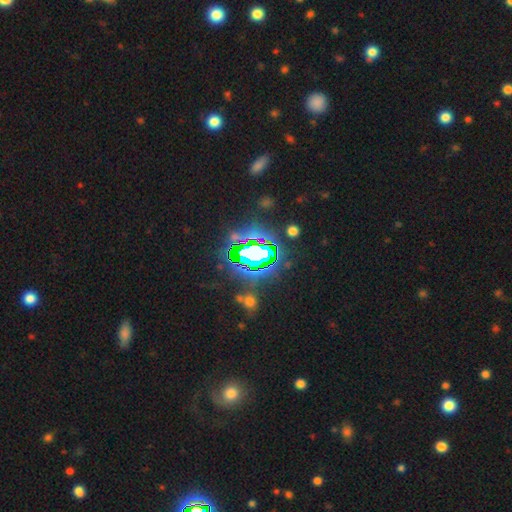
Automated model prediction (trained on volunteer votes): A star or artifact, not a galaxy (78%).

Vote fractions:
- Smooth or featured? star or artifact: 78% / smooth: 11% / featured or disk: 11%